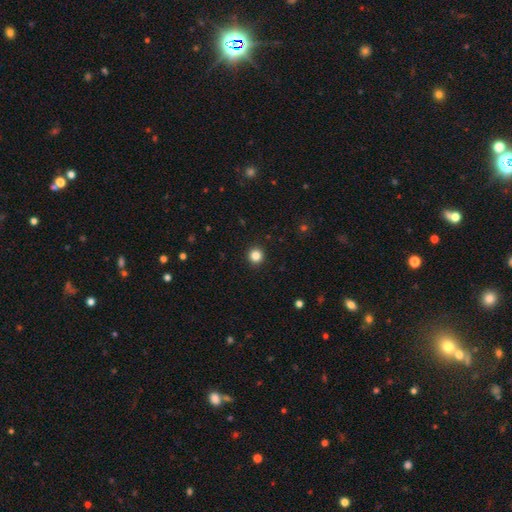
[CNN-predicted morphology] Smooth or featured: smooth — 84% (star or artifact — 12%)
How rounded: round — 95% (in between — 4%)
Merging: none — 93% (minor disturbance — 4%)